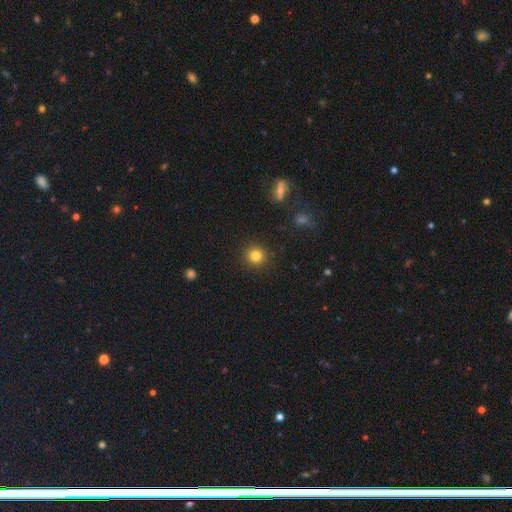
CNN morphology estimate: Smooth or featured? smooth (82%)
How rounded? round (93%)
Merging? none (91%)